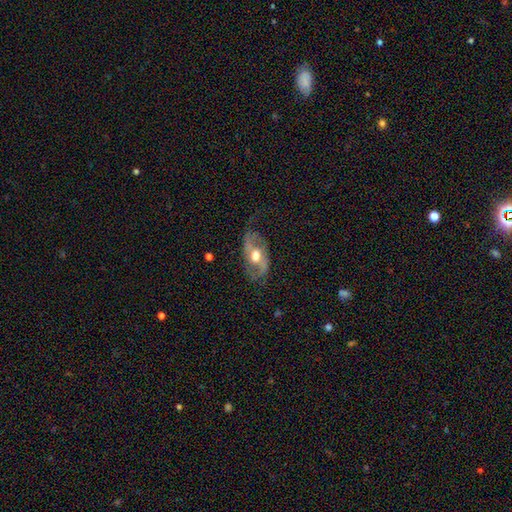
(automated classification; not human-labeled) The model was most divided on "bar": no: 47%, weak: 34%, strong: 19%. More confident: edge-on disk — no (88%); bulge size — moderate (70%); smooth or featured — featured or disk (66%); spiral arms — yes (65%); merging — none (59%).